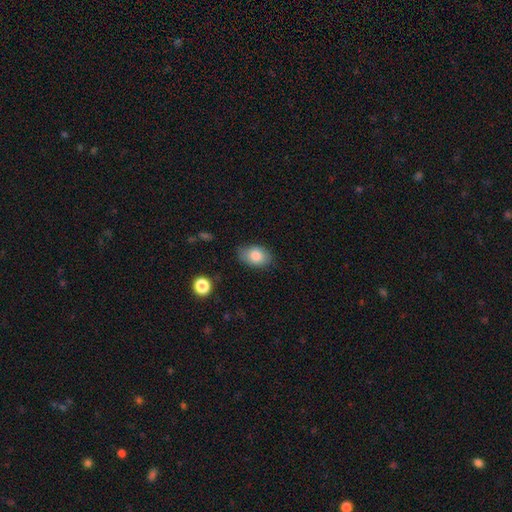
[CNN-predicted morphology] The model was most divided on "merging": none: 76%, minor disturbance: 19%, major disturbance: 4%, merger: 1%. More confident: smooth or featured — smooth (83%); how rounded — in between (82%).